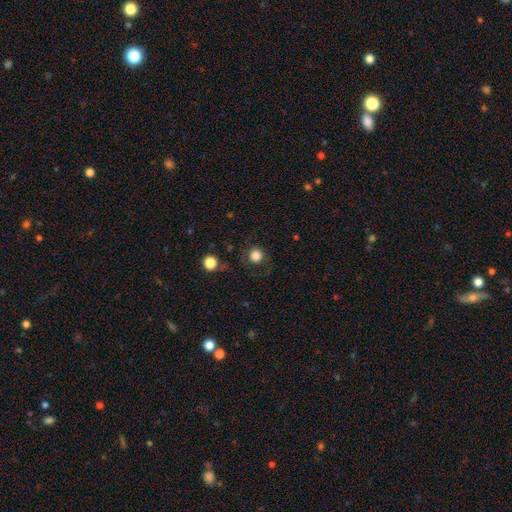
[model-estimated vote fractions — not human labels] smooth_or_featured: smooth (p=0.82) [alt: star or artifact p=0.12]
how_rounded: round (p=0.93) [alt: in between p=0.06]
merging: none (p=0.81) [alt: minor disturbance p=0.11]